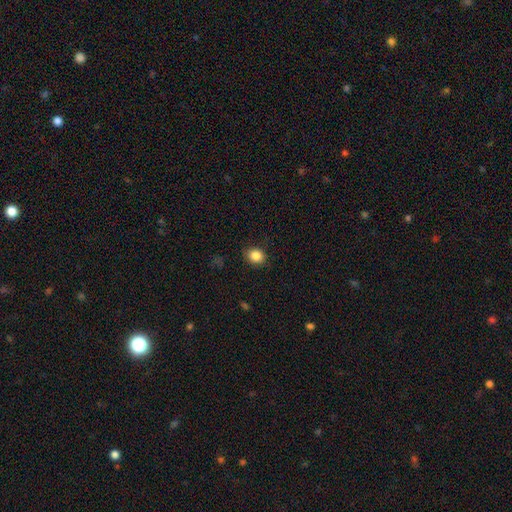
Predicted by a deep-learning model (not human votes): smooth 86%, star or artifact 10%, featured or disk 4%. Down the decision tree: how rounded — round (62%); merging — none (86%).